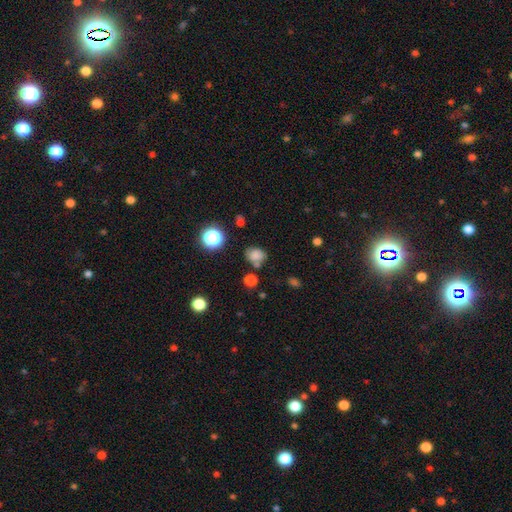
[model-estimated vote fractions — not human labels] smooth_or_featured: smooth (p=0.75) [alt: star or artifact p=0.16]
how_rounded: round (p=0.51) [alt: in between p=0.48]
merging: none (p=0.64) [alt: minor disturbance p=0.19]